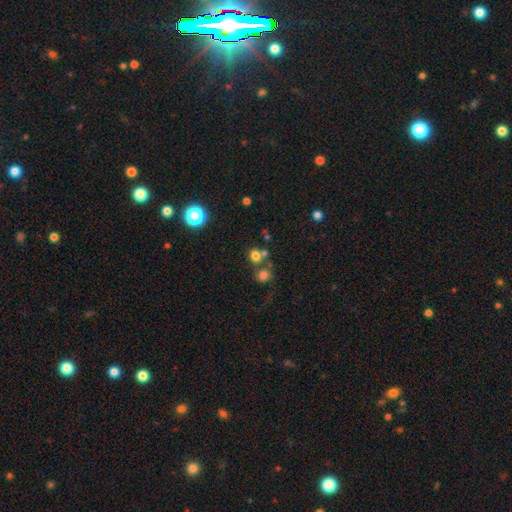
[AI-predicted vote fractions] Smooth or featured? smooth (72%)
How rounded? round (78%)
Merging? none (60%)